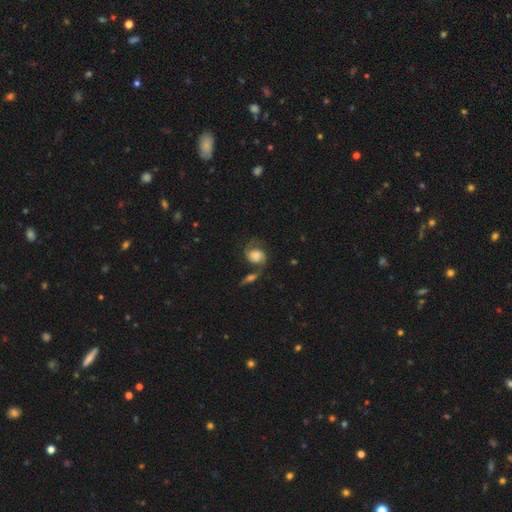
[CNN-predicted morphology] This appears to be a featured or disk galaxy (66%) with no bar (65%), 2 (86%) medium (45%) spiral arms (92%) and a large central bulge (31%). Merging: none (46%).